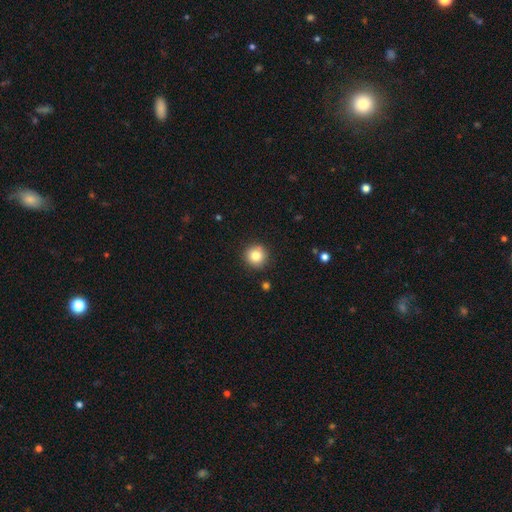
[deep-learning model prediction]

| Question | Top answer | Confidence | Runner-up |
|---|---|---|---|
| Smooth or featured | smooth | 82% | star or artifact (11%) |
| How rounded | round | 95% | in between (4%) |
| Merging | none | 91% | minor disturbance (6%) |